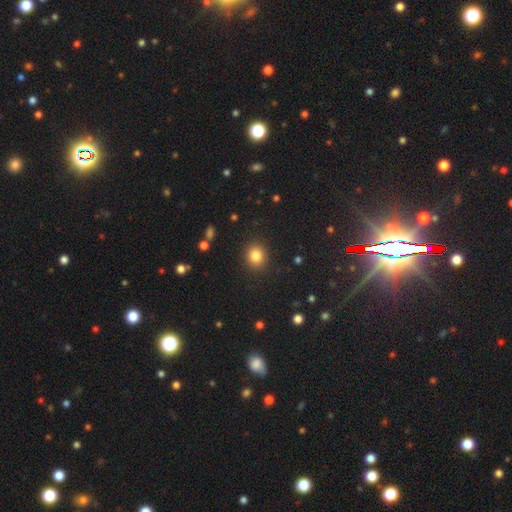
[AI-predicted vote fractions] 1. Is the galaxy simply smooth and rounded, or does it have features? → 83% smooth, 12% star or artifact, 6% featured or disk.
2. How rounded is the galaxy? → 77% round, 22% in between, 1% cigar-shaped.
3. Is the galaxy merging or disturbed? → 89% none, 7% minor disturbance, 3% major disturbance, 1% merger.